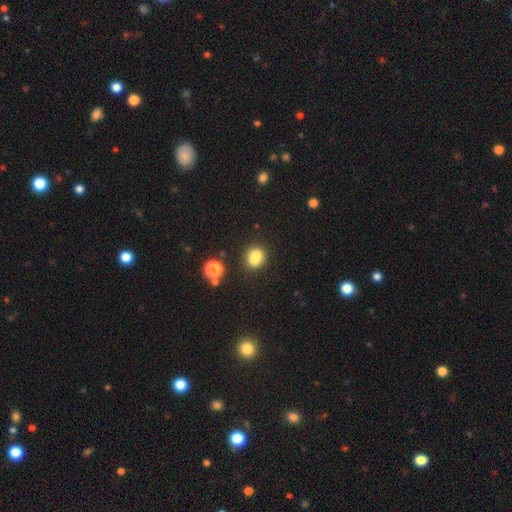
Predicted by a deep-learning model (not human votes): Smooth or featured? Predicted: smooth (p=0.77). How rounded? Predicted: round (p=0.68). Merging? Predicted: none (p=0.50).